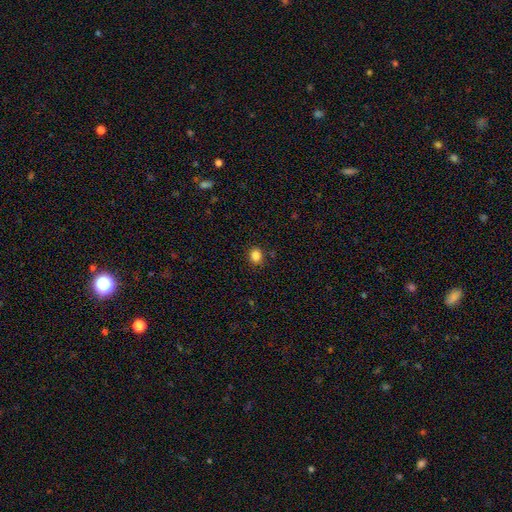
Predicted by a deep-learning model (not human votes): smooth 85%, star or artifact 11%, featured or disk 4%. Down the decision tree: how rounded — round (61%); merging — none (86%).